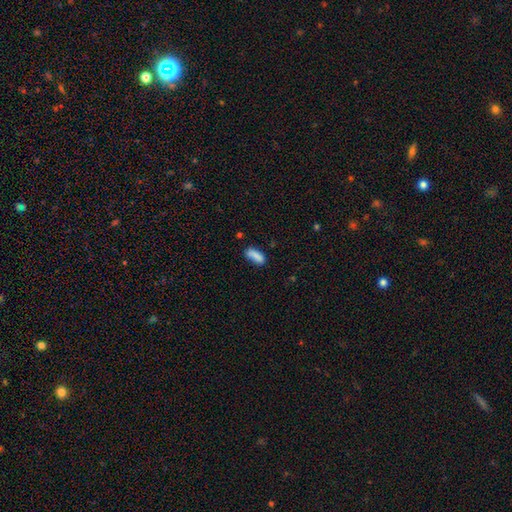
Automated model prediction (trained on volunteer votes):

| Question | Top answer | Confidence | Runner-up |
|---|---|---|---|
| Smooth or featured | smooth | 84% | star or artifact (8%) |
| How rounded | in between | 69% | cigar-shaped (29%) |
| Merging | none | 64% | minor disturbance (23%) |